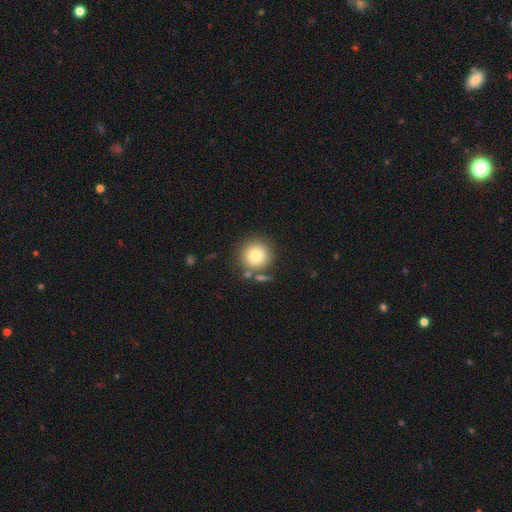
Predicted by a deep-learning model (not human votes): The model was most divided on "merging": none: 76%, minor disturbance: 11%, merger: 10%, major disturbance: 4%. More confident: how rounded — round (94%); smooth or featured — smooth (82%).